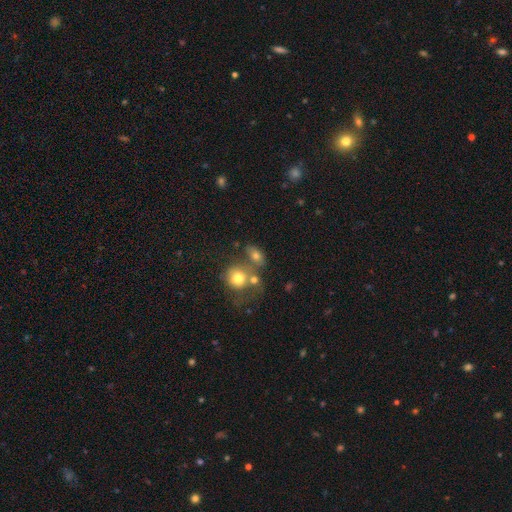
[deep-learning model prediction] Q: Smooth or featured?
A: smooth (72%); runner-up: featured or disk (16%)
Q: How rounded?
A: in between (65%); runner-up: round (31%)
Q: Merging?
A: none (41%); runner-up: merger (36%)